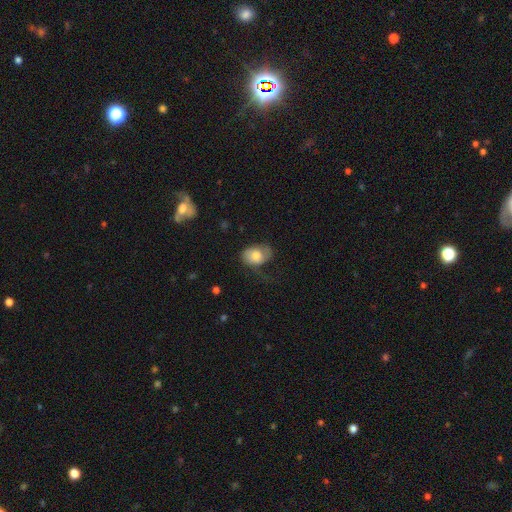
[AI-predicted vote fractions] Overall: smooth (71%). How rounded: in between (78%). Merging: none (39%; minor disturbance 32%).